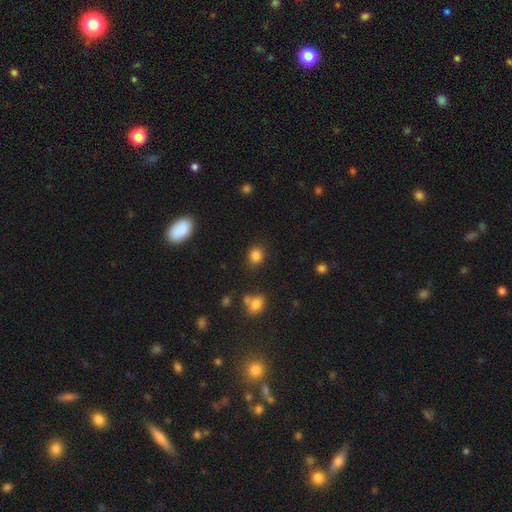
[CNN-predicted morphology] Overall: smooth (83%). How rounded: round (67%; in between 32%). Merging: none (83%).